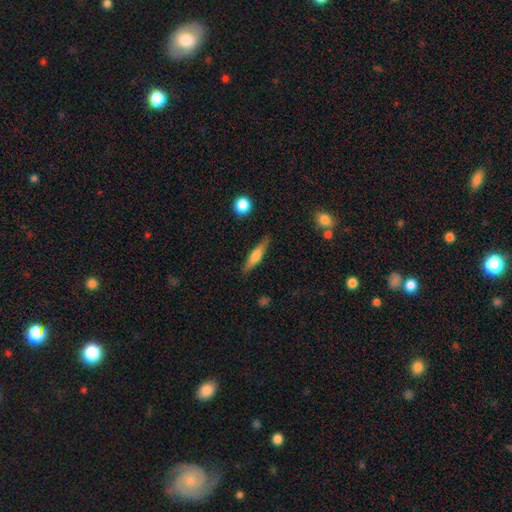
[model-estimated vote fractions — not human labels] This is possibly a smooth galaxy (56%). How rounded: likely cigar-shaped (78%). Merging: clearly none (84%).